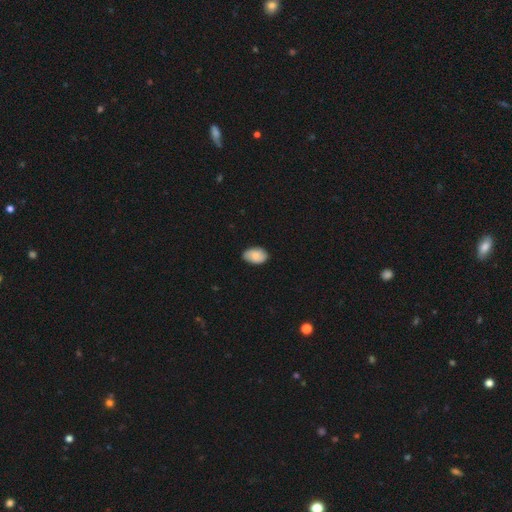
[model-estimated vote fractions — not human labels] smooth-or-featured: smooth: 83% | featured or disk: 10% | star or artifact: 7%
  how-rounded: in between: 91% | round: 8% | cigar-shaped: 1%
  merging: none: 84% | minor disturbance: 14% | major disturbance: 2% | merger: 1%